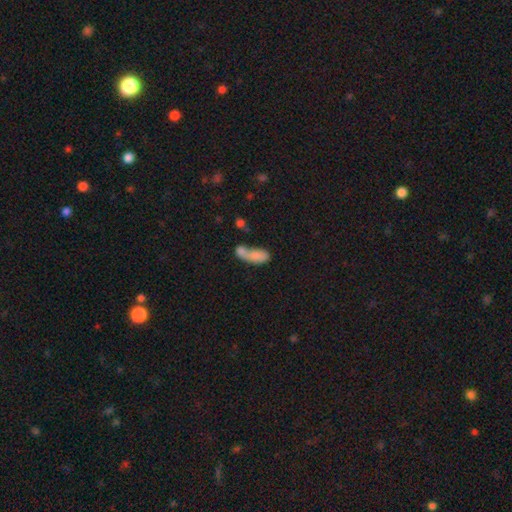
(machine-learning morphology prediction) A smooth galaxy with no disk features (75%) that is in between round and cigar-shaped (76%).

Vote fractions:
- Smooth or featured? smooth: 75% / featured or disk: 17% / star or artifact: 9%
- How rounded? in between: 76% / cigar-shaped: 18% / round: 6%
- Merging? merger: 52% / none: 22% / major disturbance: 13% / minor disturbance: 13%